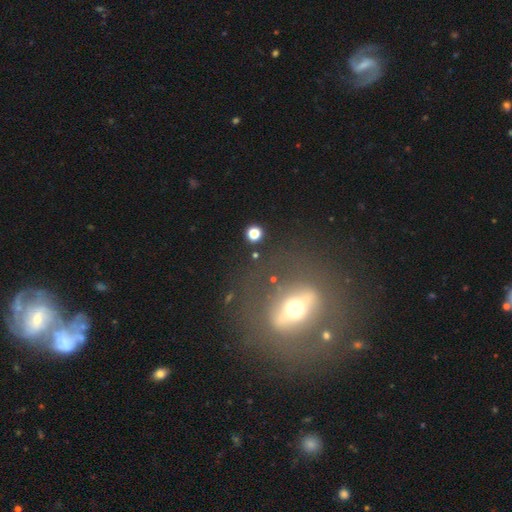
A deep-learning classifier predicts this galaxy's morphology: Smooth or featured? Predicted: featured or disk (p=0.47). Merging? Predicted: none (p=0.76).